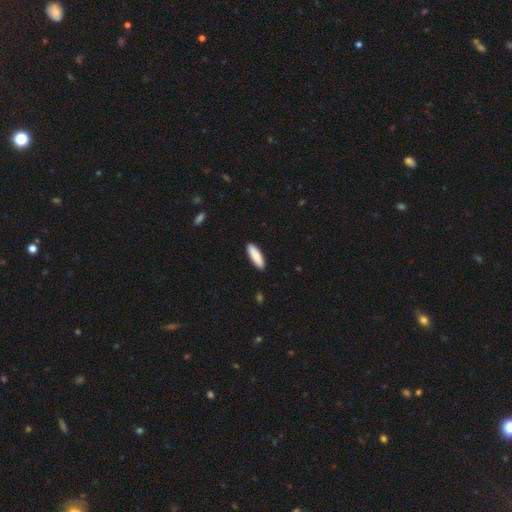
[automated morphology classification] Smooth or featured? Predicted: smooth (p=0.87). How rounded? Predicted: cigar-shaped (p=0.56). Merging? Predicted: none (p=0.91).